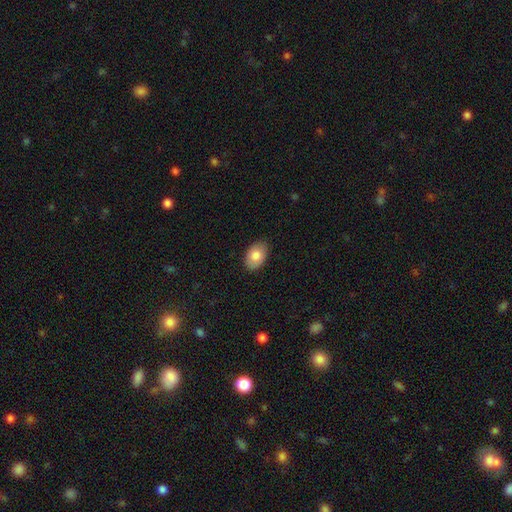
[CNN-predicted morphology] A smooth galaxy with no disk features (82%) that is in between round and cigar-shaped (88%). Merging: none (86%).